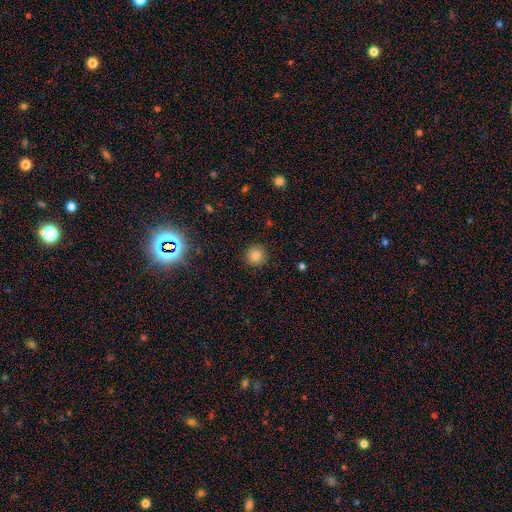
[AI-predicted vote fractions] Smooth or featured?
  - smooth: 82% *
  - star or artifact: 12%
  - featured or disk: 5%
How rounded?
  - round: 94% *
  - in between: 5%
  - cigar-shaped: 1%
Merging?
  - none: 90% *
  - minor disturbance: 6%
  - major disturbance: 2%
  - merger: 1%